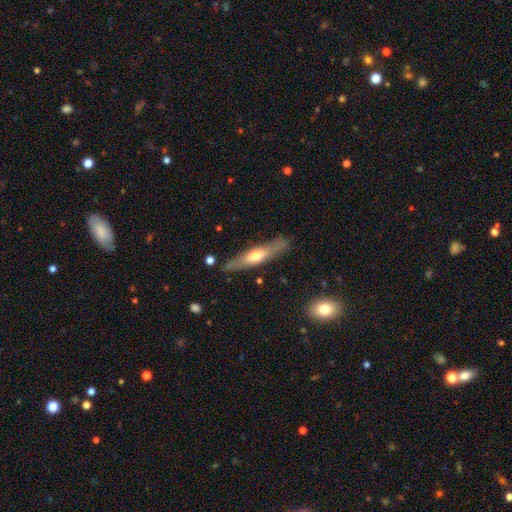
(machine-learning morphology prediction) This appears to be a featured or disk galaxy (56%) viewed edge-on (85%). Merging: none (83%).